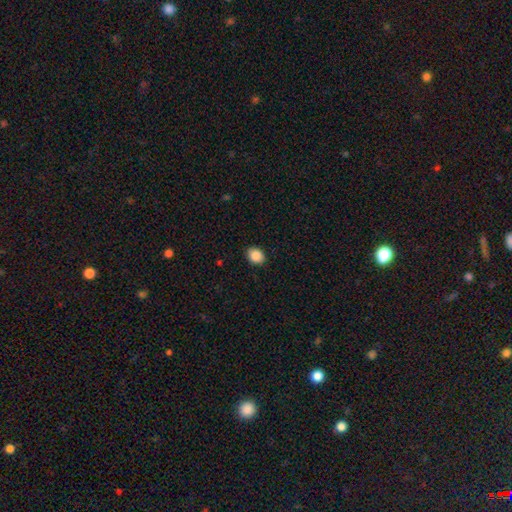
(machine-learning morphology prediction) A smooth galaxy with no disk features (87%) that is in between round and cigar-shaped (52%).

Vote fractions:
- Smooth or featured? smooth: 87% / star or artifact: 8% / featured or disk: 4%
- How rounded? in between: 52% / round: 47% / cigar-shaped: 1%
- Merging? none: 89% / minor disturbance: 8% / major disturbance: 2% / merger: 1%